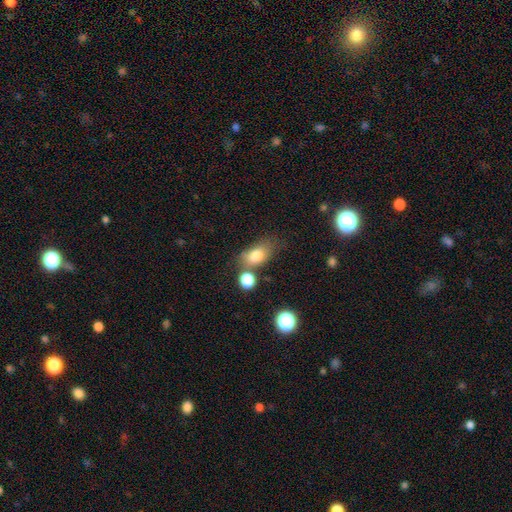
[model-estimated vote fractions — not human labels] Q: Smooth or featured?
A: smooth (79%); runner-up: featured or disk (11%)
Q: How rounded?
A: in between (81%); runner-up: round (16%)
Q: Merging?
A: none (51%); runner-up: minor disturbance (21%)